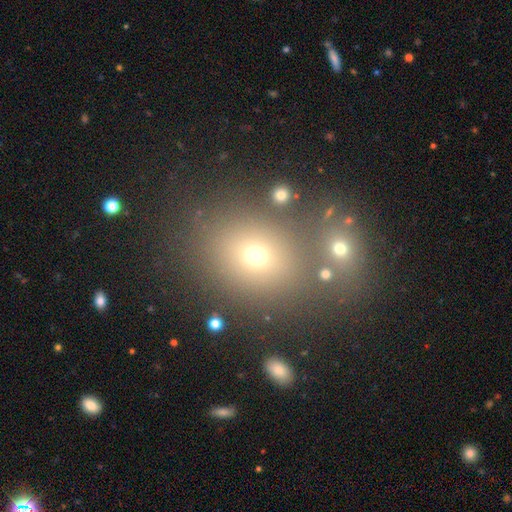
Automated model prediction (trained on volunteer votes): This appears to be a smooth galaxy with no disk features (63%) that is round (56%). Merging: none (69%).